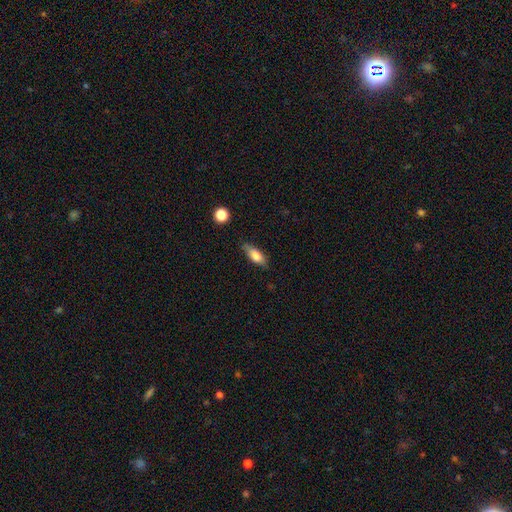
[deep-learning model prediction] Smooth or featured? smooth (78%)
How rounded? in between (70%)
Merging? none (74%)